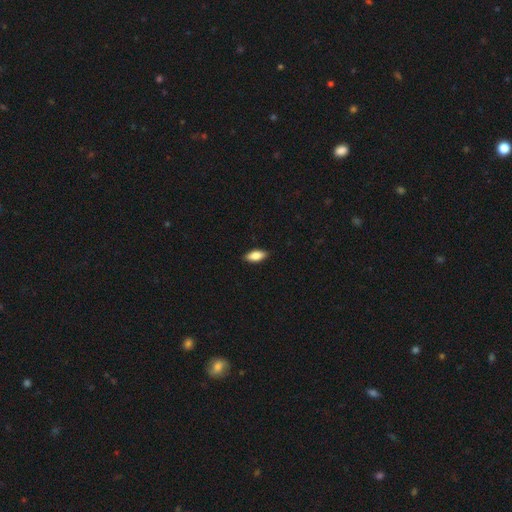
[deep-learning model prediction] Smooth or featured?
  - smooth: 82% *
  - featured or disk: 12%
  - star or artifact: 6%
How rounded?
  - in between: 84% *
  - cigar-shaped: 13%
  - round: 2%
Merging?
  - none: 89% *
  - minor disturbance: 8%
  - major disturbance: 2%
  - merger: 1%